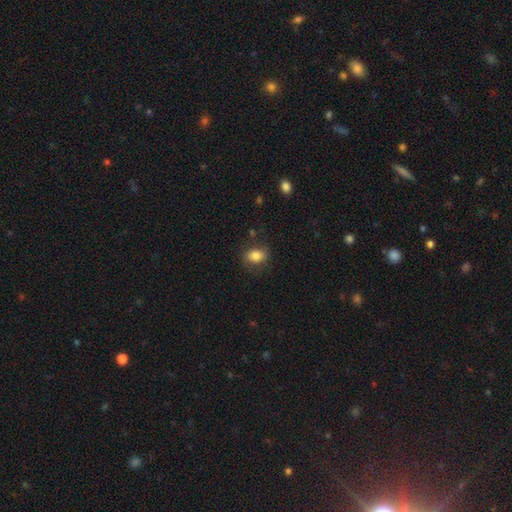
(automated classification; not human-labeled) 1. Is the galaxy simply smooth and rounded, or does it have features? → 81% smooth, 10% featured or disk, 9% star or artifact.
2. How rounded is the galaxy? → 69% in between, 29% round, 1% cigar-shaped.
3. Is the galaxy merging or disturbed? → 77% none, 16% minor disturbance, 5% major disturbance, 2% merger.